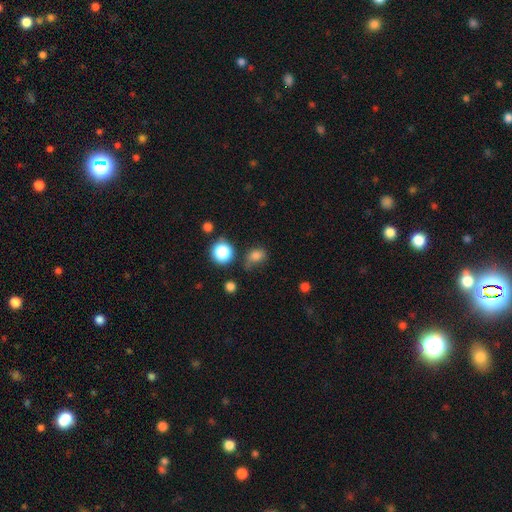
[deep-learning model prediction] This appears to be a smooth galaxy with no disk features (77%) that is round (50%). Merging: none (47%).